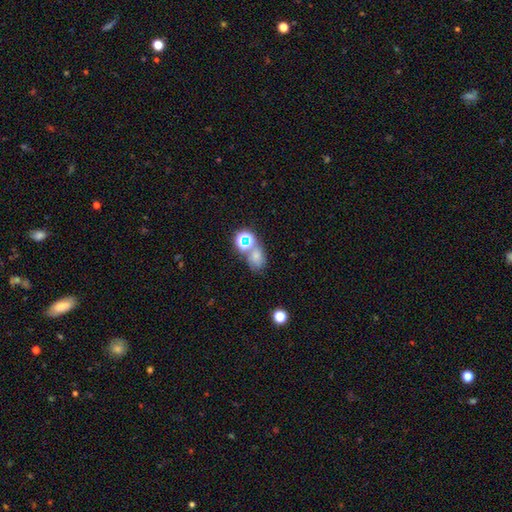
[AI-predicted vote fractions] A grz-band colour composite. It shows a smooth galaxy with no disk features (61%) that is in between round and cigar-shaped (63%). Merging: none (48%).